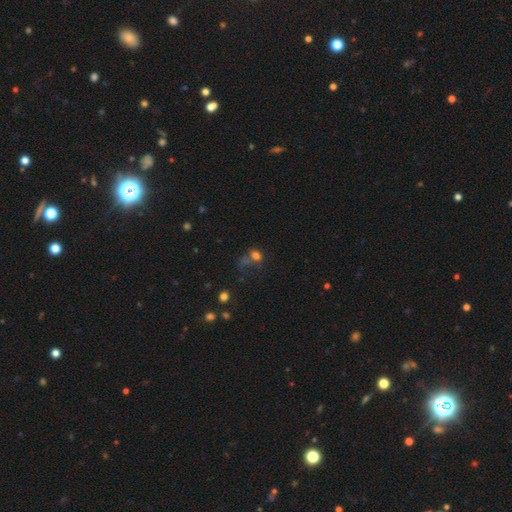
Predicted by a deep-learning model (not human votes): Smooth or featured: smooth — 67% (star or artifact — 19%)
How rounded: round — 60% (in between — 38%)
Merging: major disturbance — 34% (none — 31%)